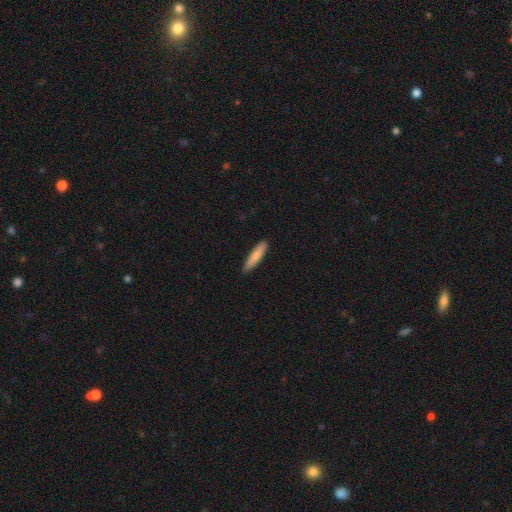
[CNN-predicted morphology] Smooth or featured? Predicted: smooth (p=0.82). How rounded? Predicted: cigar-shaped (p=0.84). Merging? Predicted: none (p=0.89).